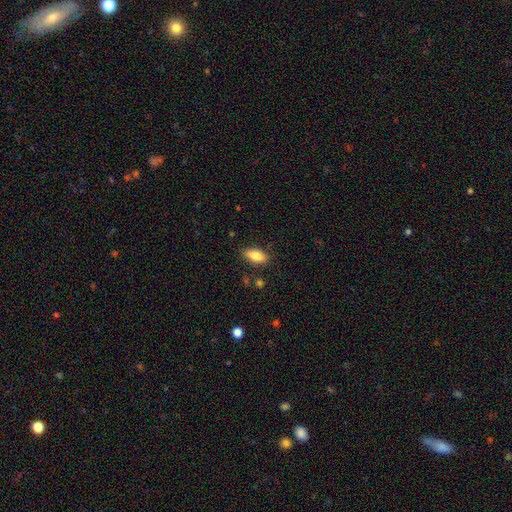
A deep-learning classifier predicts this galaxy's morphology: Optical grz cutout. It shows a smooth galaxy with no disk features (80%) that is in between round and cigar-shaped (82%). Merging: none (84%).